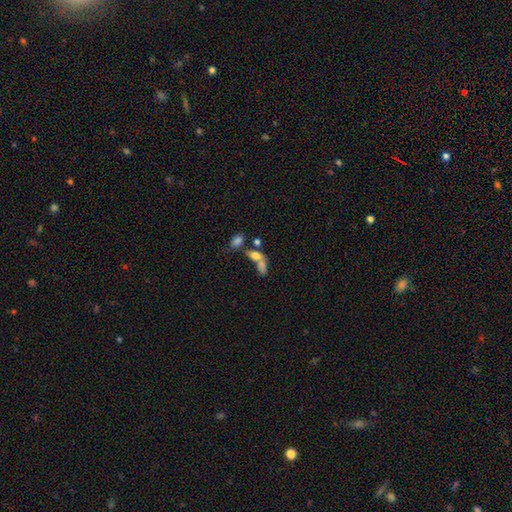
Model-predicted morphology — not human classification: This is likely a smooth galaxy (68%). How rounded: likely in between (77%). Merging: possibly merger (53%).